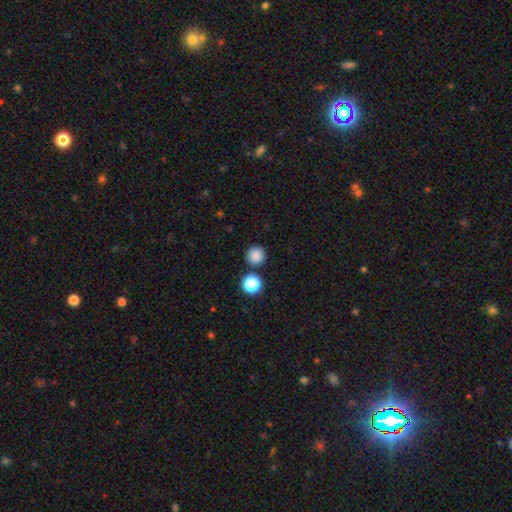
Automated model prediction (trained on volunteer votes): A smooth galaxy with no disk features (84%) that is round (95%). Merging: none (86%).